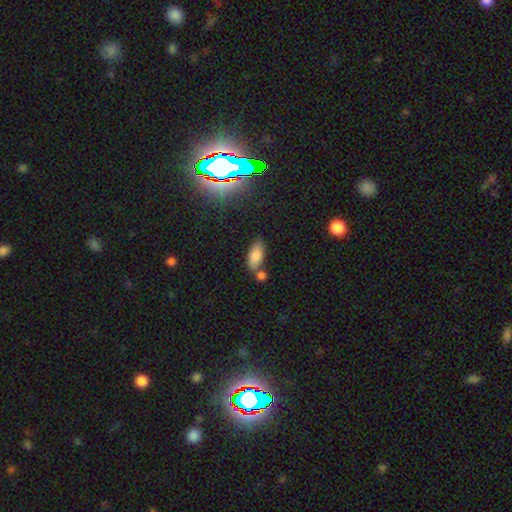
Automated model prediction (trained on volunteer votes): Morphology: type=smooth (81%); roundness=in between (85%); merging=none (61%).